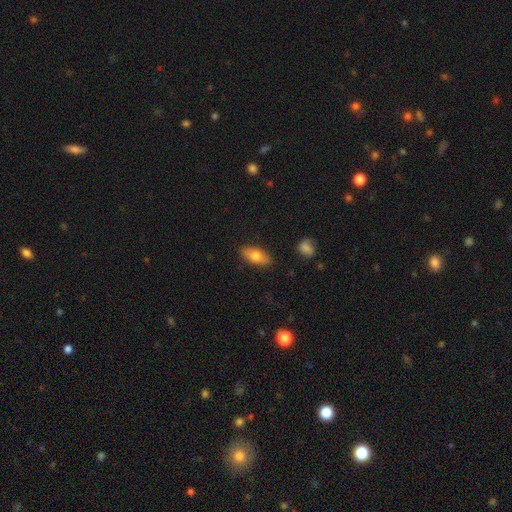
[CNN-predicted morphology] A smooth galaxy with no disk features (73%) that is in between round and cigar-shaped (85%). Merging: none (87%).